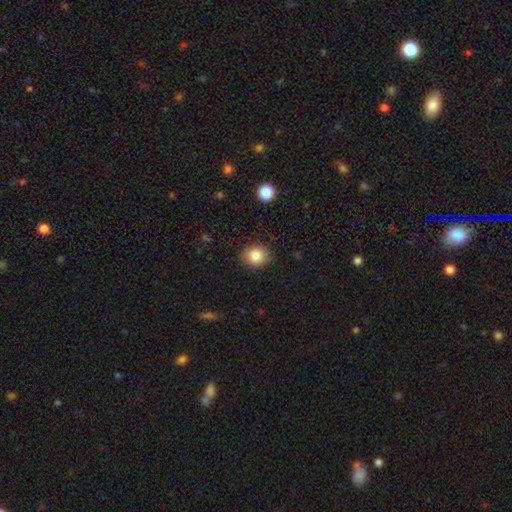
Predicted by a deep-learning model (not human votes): A smooth galaxy with no disk features (85%) that is round (71%). Merging: none (88%).